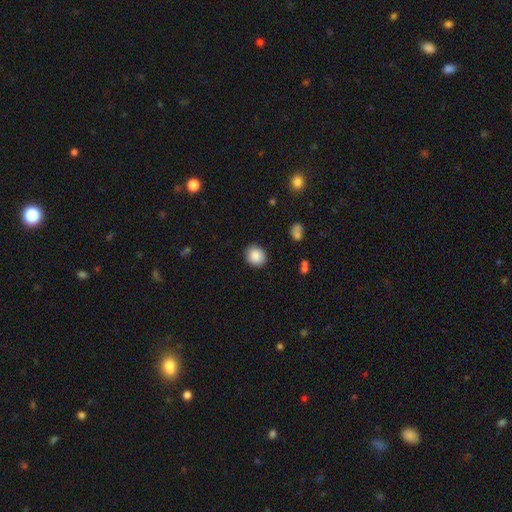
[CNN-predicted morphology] smooth_or_featured: smooth (p=0.88) [alt: star or artifact p=0.08]
how_rounded: round (p=0.75) [alt: in between p=0.24]
merging: none (p=0.88) [alt: minor disturbance p=0.08]